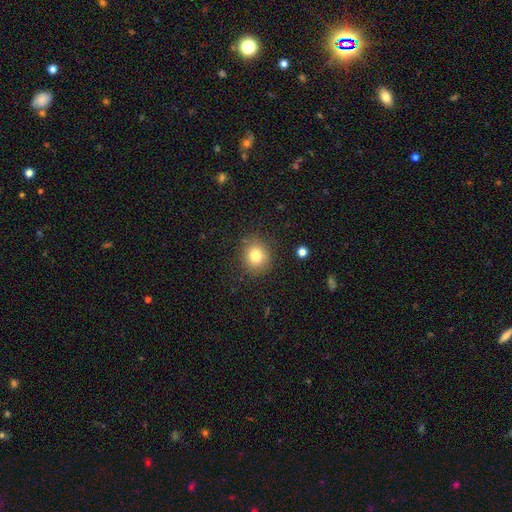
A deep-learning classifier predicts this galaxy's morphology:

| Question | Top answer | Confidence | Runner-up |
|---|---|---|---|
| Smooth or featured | smooth | 79% | star or artifact (12%) |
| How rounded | round | 84% | in between (15%) |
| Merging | none | 86% | minor disturbance (10%) |